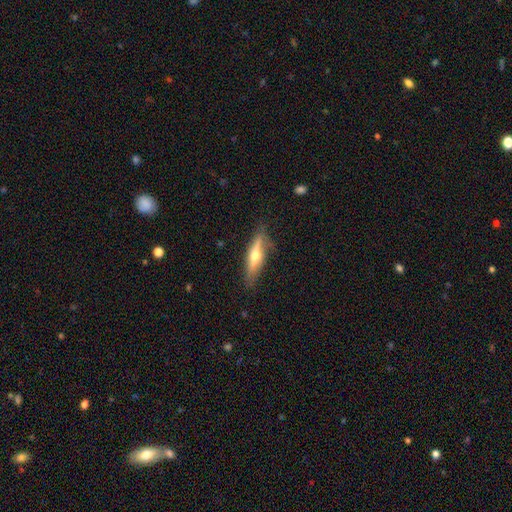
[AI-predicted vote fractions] This appears to be a featured or disk galaxy (58%) viewed edge-on (91%) with a rounded central bulge (91%). Merging: none (79%).